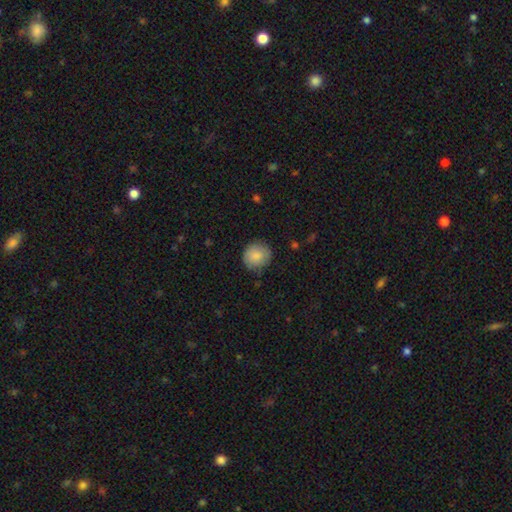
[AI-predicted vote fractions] This is clearly a smooth galaxy (85%). How rounded: clearly round (85%). Merging: likely none (79%).